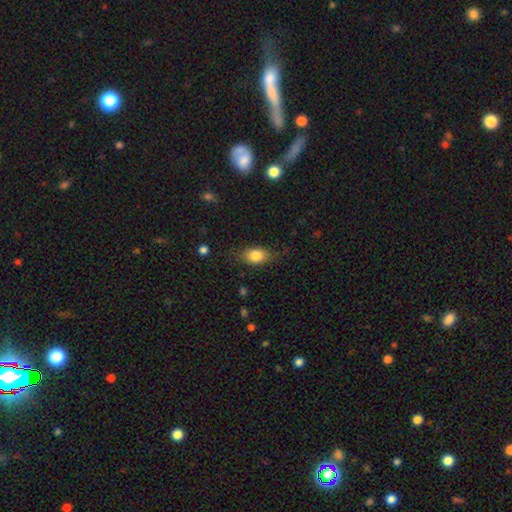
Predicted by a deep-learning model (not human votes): Overall: smooth (81%). How rounded: in between (81%). Merging: none (76%).